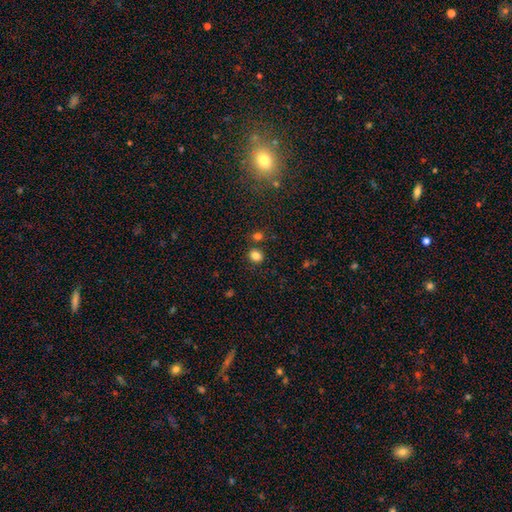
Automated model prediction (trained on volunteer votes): Morphology: type=smooth (83%); roundness=round (75%); merging=none (79%).